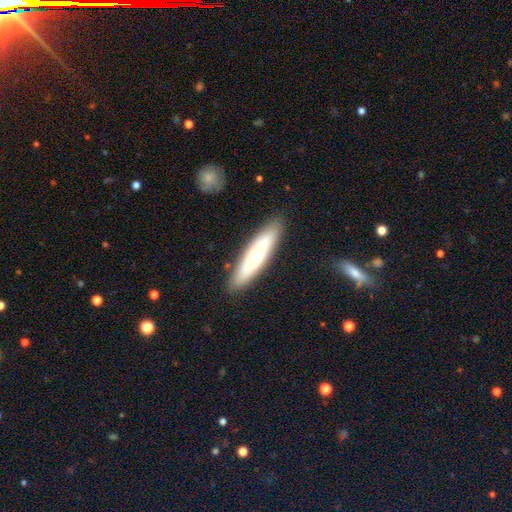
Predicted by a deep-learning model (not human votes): A smooth galaxy with no disk features (51%) that is cigar-shaped (70%). Merging: none (88%).